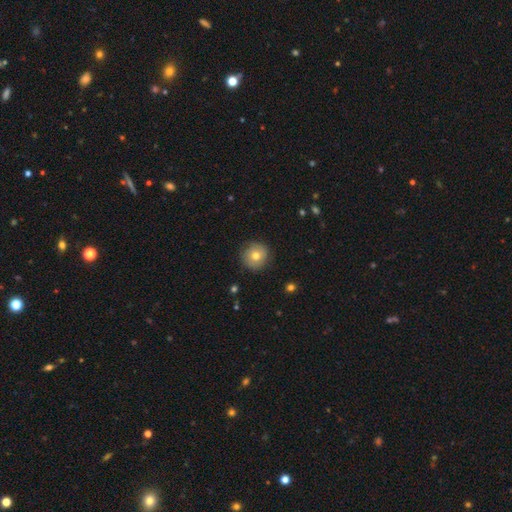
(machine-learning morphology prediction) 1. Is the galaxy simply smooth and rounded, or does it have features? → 68% smooth, 22% featured or disk, 10% star or artifact.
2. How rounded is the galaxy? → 93% round, 6% in between, 1% cigar-shaped.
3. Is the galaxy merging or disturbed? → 83% none, 13% minor disturbance, 3% major disturbance, 1% merger.